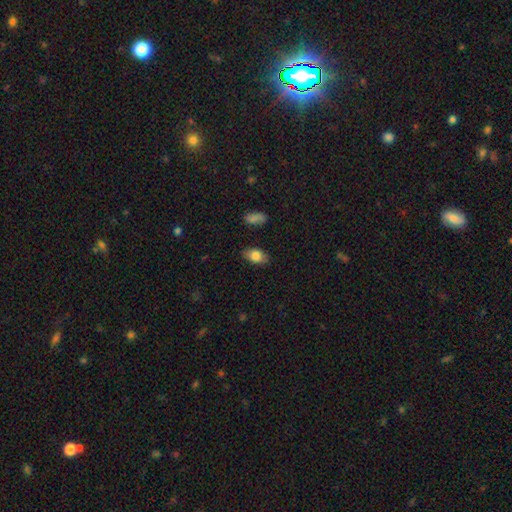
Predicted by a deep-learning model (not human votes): Q: Smooth or featured?
A: smooth (81%); runner-up: featured or disk (11%)
Q: How rounded?
A: in between (90%); runner-up: round (7%)
Q: Merging?
A: none (84%); runner-up: minor disturbance (12%)